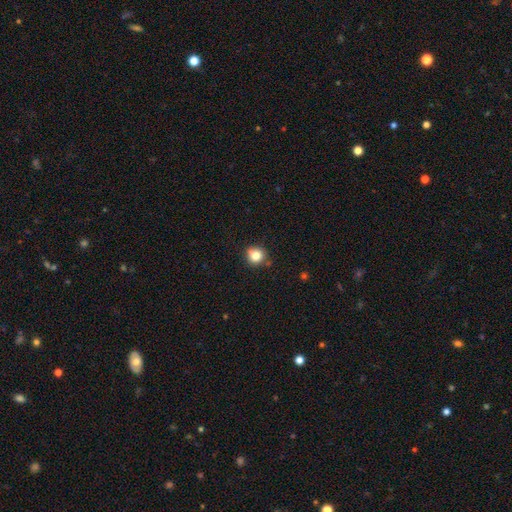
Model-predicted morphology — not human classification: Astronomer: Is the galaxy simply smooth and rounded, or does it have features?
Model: smooth — 81%.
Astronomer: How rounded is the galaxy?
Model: round — 86%.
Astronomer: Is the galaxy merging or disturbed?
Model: none — 78%.